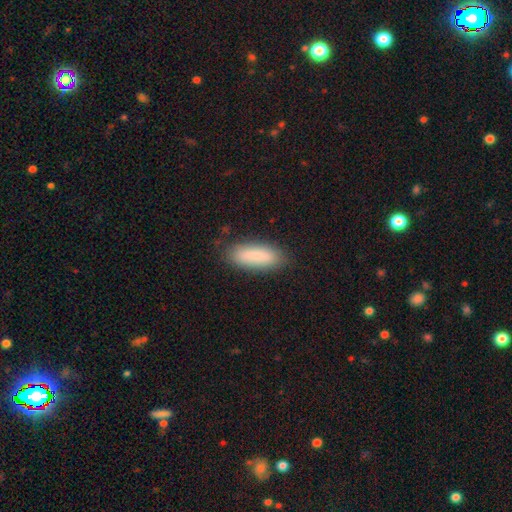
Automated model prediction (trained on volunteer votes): A smooth galaxy with no disk features (85%) that is in between round and cigar-shaped (56%). Merging: none (81%).